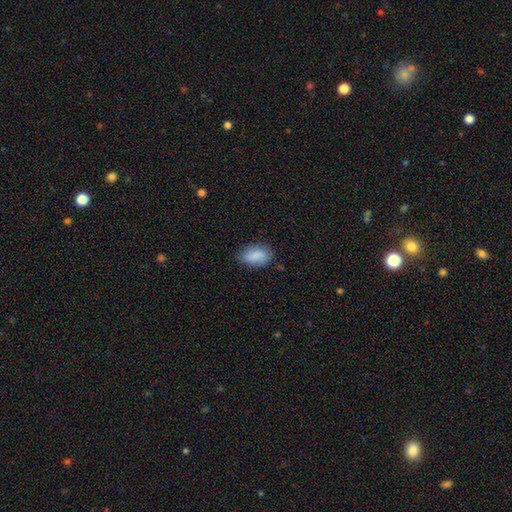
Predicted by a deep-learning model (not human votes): Smooth or featured? Predicted: smooth (p=0.85). How rounded? Predicted: in between (p=0.90). Merging? Predicted: none (p=0.76).